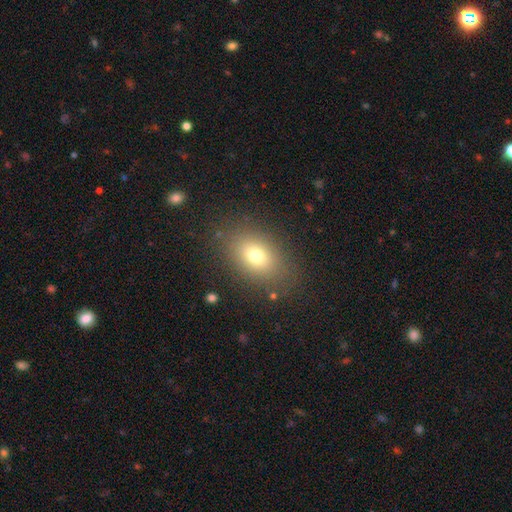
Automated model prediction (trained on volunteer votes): smooth_or_featured: smooth (p=0.74) [alt: star or artifact p=0.13]
how_rounded: in between (p=0.78) [alt: round p=0.21]
merging: none (p=0.84) [alt: minor disturbance p=0.10]